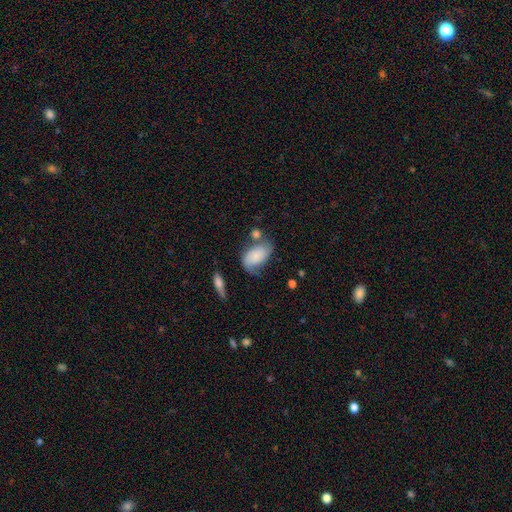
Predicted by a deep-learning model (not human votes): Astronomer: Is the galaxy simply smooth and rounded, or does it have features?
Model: smooth — 60%.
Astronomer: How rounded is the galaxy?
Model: in between — 90%.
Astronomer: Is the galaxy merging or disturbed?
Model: none — 38% (runner-up: minor disturbance, 28%).